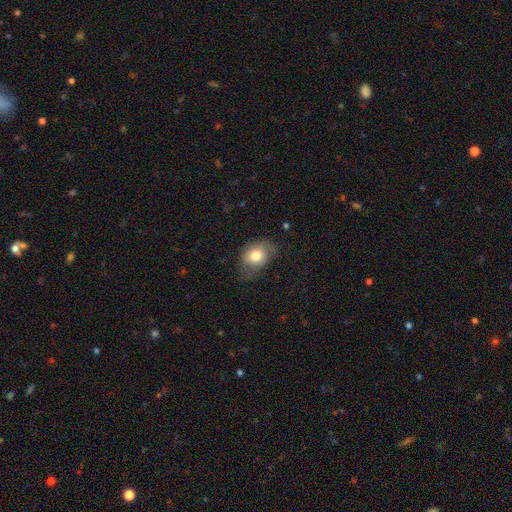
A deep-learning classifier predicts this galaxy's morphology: type=smooth (74%); roundness=in between (67%); merging=none (52%).